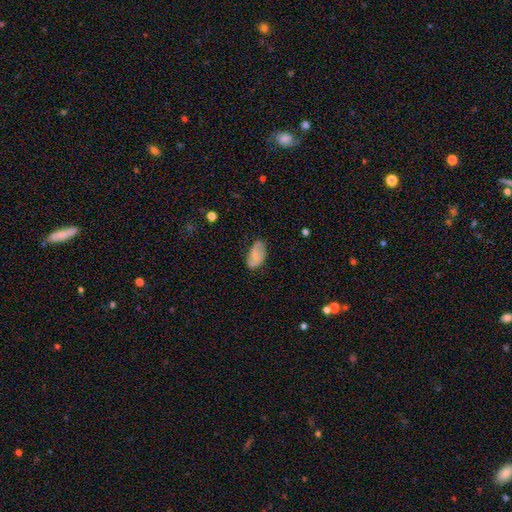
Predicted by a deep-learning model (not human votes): smooth-or-featured: smooth: 65% | featured or disk: 27% | star or artifact: 8%
  how-rounded: in between: 94% | round: 4% | cigar-shaped: 3%
  merging: none: 67% | minor disturbance: 25% | major disturbance: 6% | merger: 2%